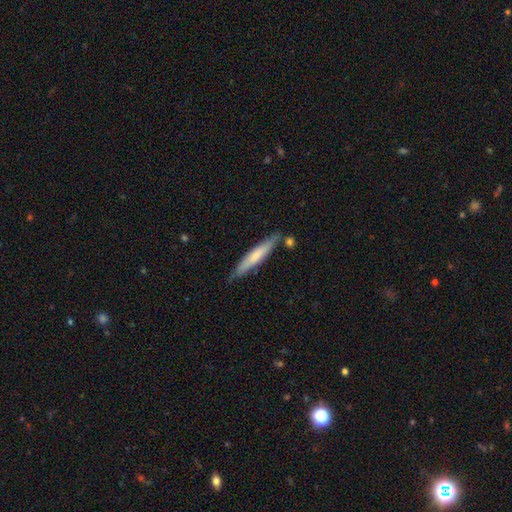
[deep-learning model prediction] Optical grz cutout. It shows a smooth galaxy with no disk features (60%) that is cigar-shaped (91%). Merging: none (77%).